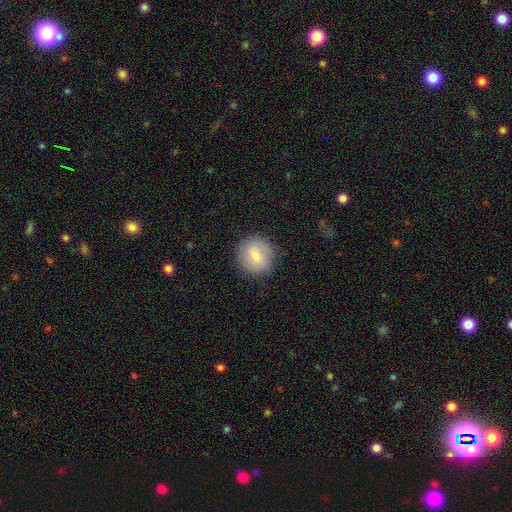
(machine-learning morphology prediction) The model was most divided on "smooth or featured": smooth: 77%, featured or disk: 15%, star or artifact: 8%. More confident: how rounded — round (92%); merging — none (87%).